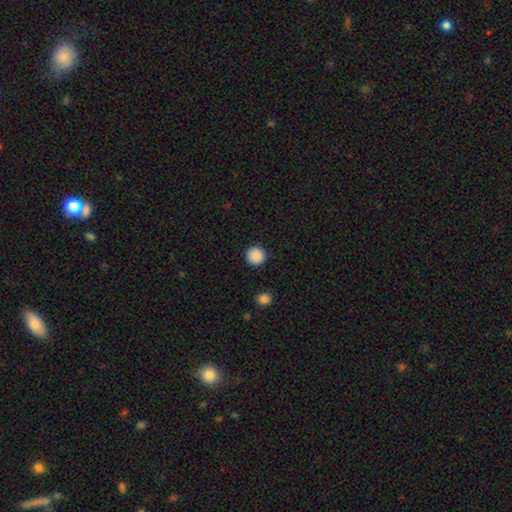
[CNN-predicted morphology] This is clearly a smooth galaxy (89%). How rounded: clearly round (95%). Merging: clearly none (93%).